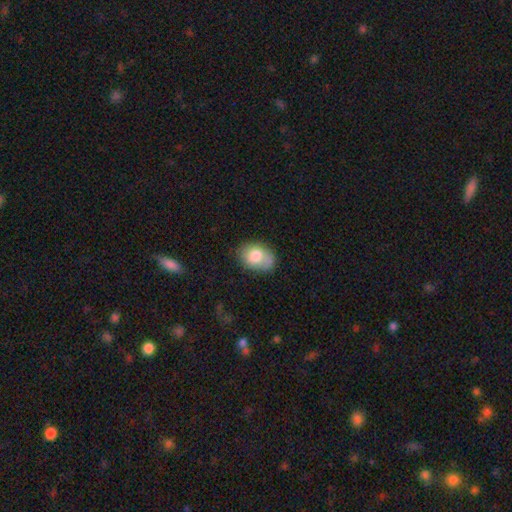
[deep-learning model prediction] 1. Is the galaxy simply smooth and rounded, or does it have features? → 78% smooth, 15% featured or disk, 8% star or artifact.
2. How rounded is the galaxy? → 75% in between, 24% round, 1% cigar-shaped.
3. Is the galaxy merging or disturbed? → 59% none, 26% minor disturbance, 8% major disturbance, 7% merger.